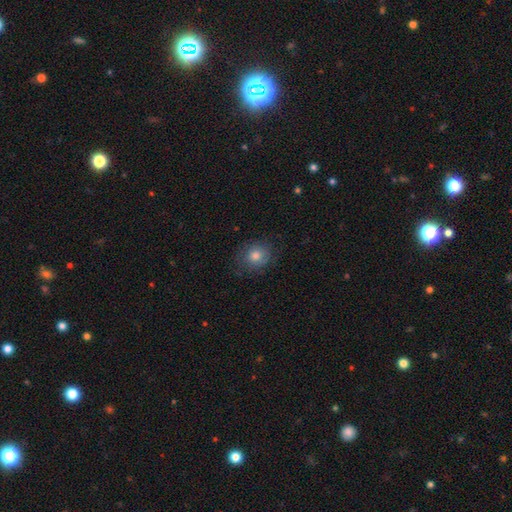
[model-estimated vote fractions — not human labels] Smooth or featured? Predicted: smooth (p=0.74). How rounded? Predicted: round (p=0.78). Merging? Predicted: none (p=0.78).